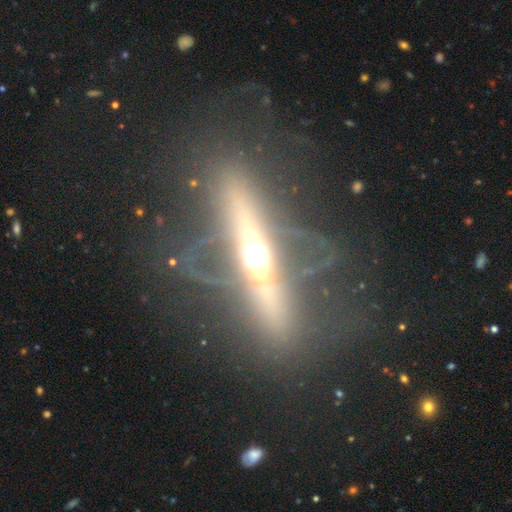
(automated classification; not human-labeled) Overall: featured or disk (81%). Edge-on disk: yes (67%; no 33%). Edge-on bulge: rounded (87%). Merging: none (51%; major disturbance 29%).